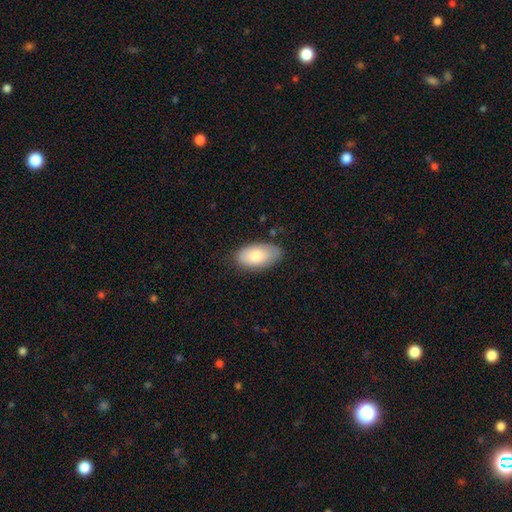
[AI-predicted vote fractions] Morphology: type=smooth (79%); roundness=in between (95%); merging=none (79%).